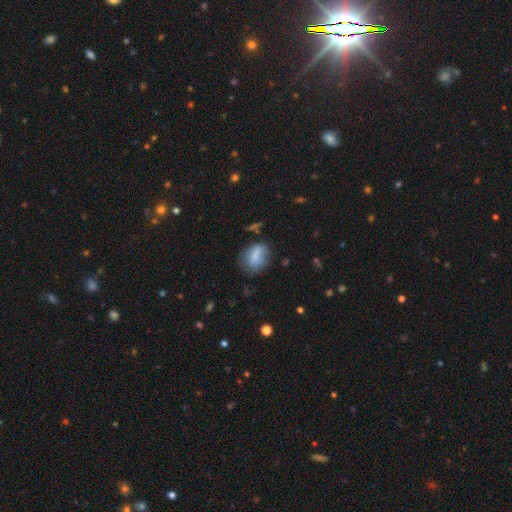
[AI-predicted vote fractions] smooth-or-featured: smooth: 75% | featured or disk: 16% | star or artifact: 9%
  how-rounded: in between: 69% | round: 27% | cigar-shaped: 4%
  merging: none: 59% | minor disturbance: 26% | major disturbance: 11% | merger: 3%